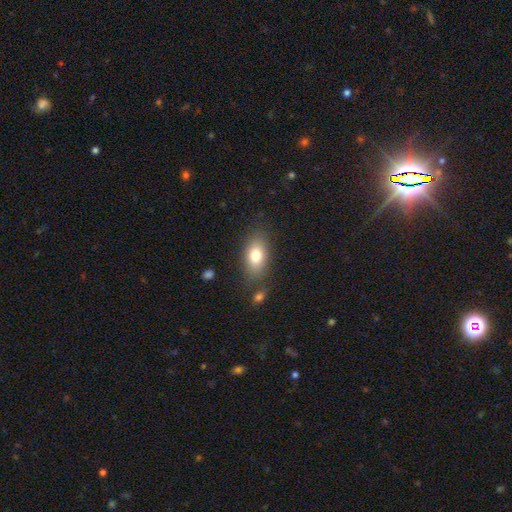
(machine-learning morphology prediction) The model was most divided on "merging": none: 77%, minor disturbance: 14%, merger: 4%, major disturbance: 4%. More confident: how rounded — in between (86%); smooth or featured — smooth (78%).